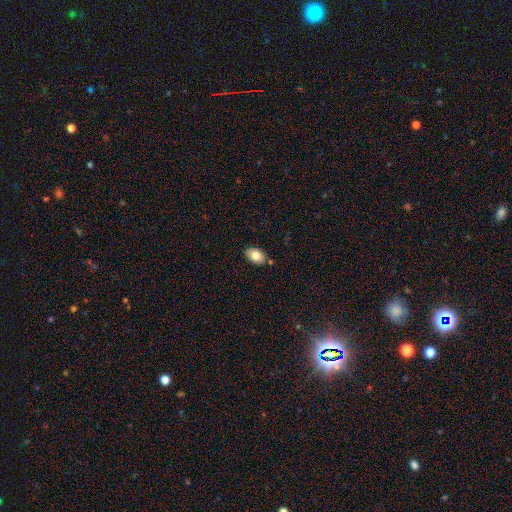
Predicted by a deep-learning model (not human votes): Smooth or featured? smooth (81%)
How rounded? in between (88%)
Merging? none (81%)